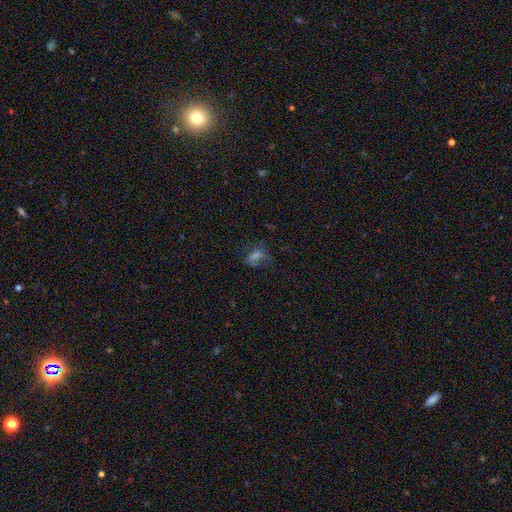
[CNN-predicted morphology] Smooth or featured: smooth — 43% (star or artifact — 32%)
Merging: none — 51% (minor disturbance — 22%)